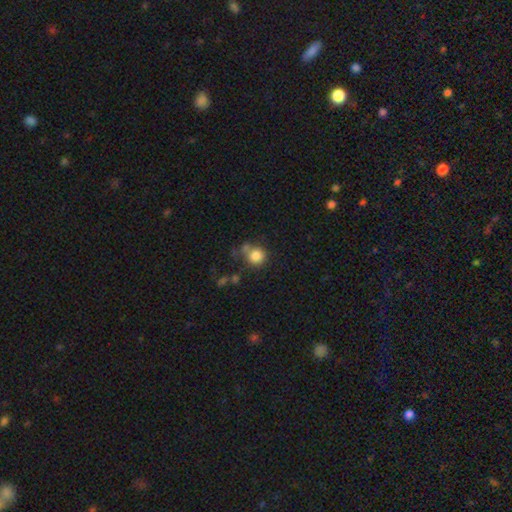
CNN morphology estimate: smooth_or_featured: smooth (p=0.83) [alt: star or artifact p=0.10]
how_rounded: round (p=0.89) [alt: in between p=0.10]
merging: none (p=0.60) [alt: merger p=0.17]